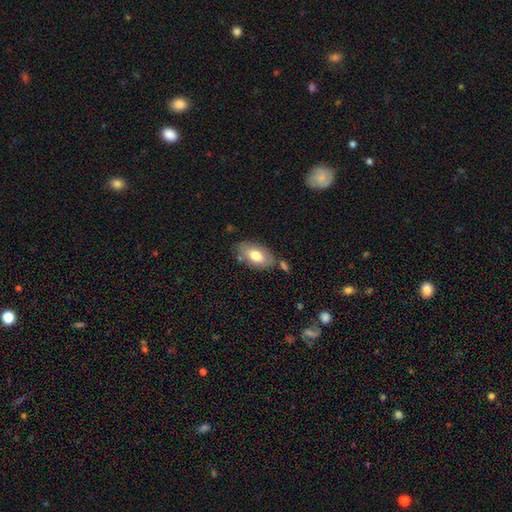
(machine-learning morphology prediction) smooth_or_featured: smooth (p=0.74) [alt: featured or disk p=0.19]
how_rounded: in between (p=0.93) [alt: round p=0.05]
merging: none (p=0.69) [alt: minor disturbance p=0.17]